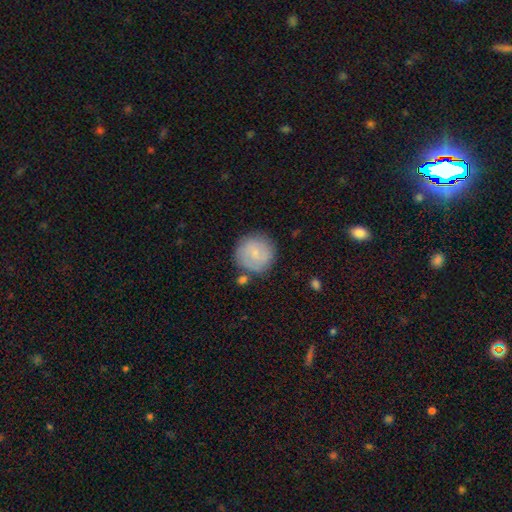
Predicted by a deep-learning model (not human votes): Smooth or featured?
  - smooth: 65% *
  - featured or disk: 28%
  - star or artifact: 7%
How rounded?
  - round: 94% *
  - in between: 5%
  - cigar-shaped: 1%
Merging?
  - none: 78% *
  - minor disturbance: 13%
  - merger: 5%
  - major disturbance: 4%